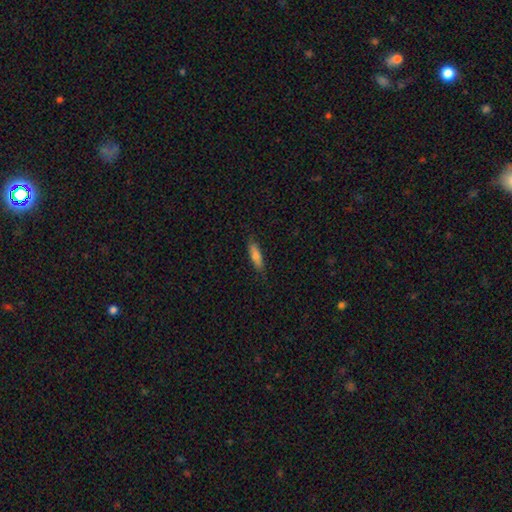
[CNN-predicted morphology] Overall: smooth (75%). How rounded: cigar-shaped (63%; in between 35%). Merging: none (83%).